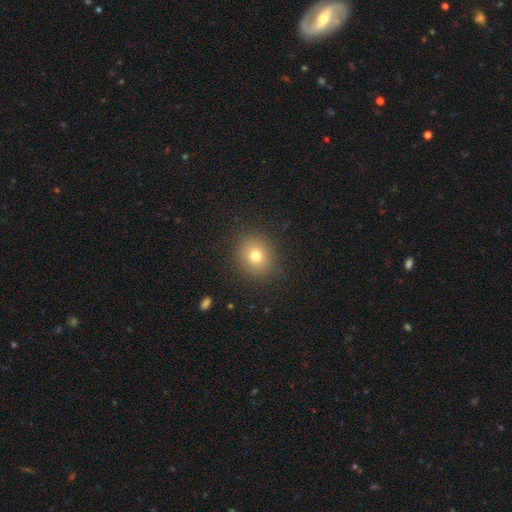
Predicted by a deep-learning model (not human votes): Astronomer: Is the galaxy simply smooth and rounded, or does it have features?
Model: smooth — 77%.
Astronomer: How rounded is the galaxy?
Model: round — 73%.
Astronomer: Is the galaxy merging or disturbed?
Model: none — 88%.